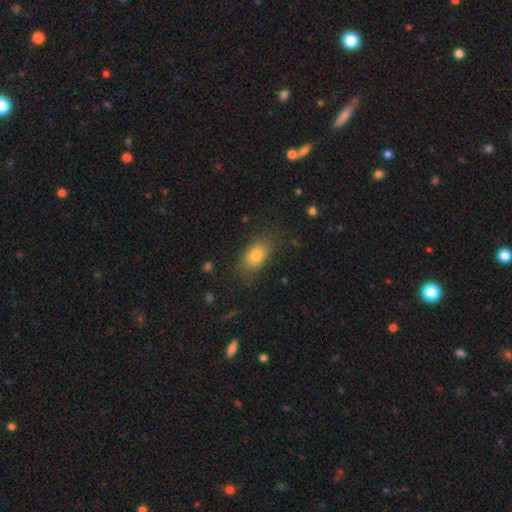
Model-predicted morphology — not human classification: Smooth or featured? Predicted: smooth (p=0.79). How rounded? Predicted: in between (p=0.84). Merging? Predicted: none (p=0.78).